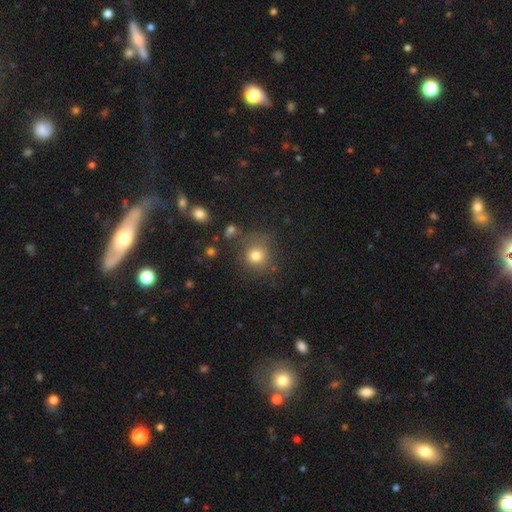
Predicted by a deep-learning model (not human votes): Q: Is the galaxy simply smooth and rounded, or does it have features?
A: smooth — 78%.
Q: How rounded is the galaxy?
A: round — 89%.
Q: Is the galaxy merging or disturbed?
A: none — 77%.